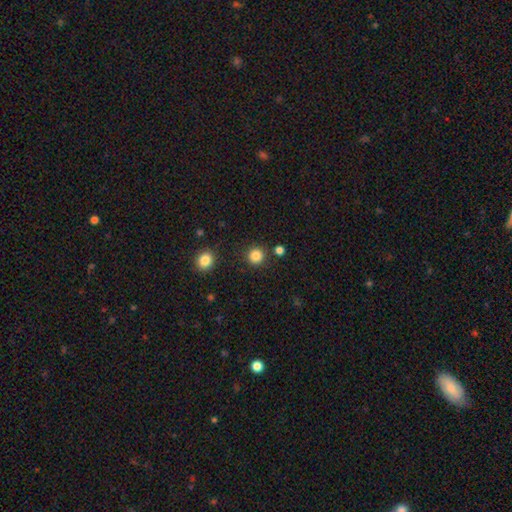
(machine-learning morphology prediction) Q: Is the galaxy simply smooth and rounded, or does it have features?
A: smooth — 85%.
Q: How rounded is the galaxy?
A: round — 93%.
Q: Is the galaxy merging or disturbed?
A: none — 88%.